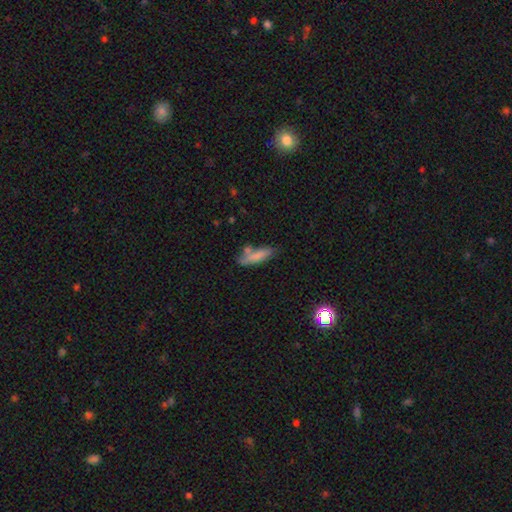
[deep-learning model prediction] Smooth or featured?
  - smooth: 78% *
  - featured or disk: 14%
  - star or artifact: 8%
How rounded?
  - cigar-shaped: 64% *
  - in between: 34%
  - round: 2%
Merging?
  - none: 59% *
  - minor disturbance: 20%
  - merger: 15%
  - major disturbance: 6%